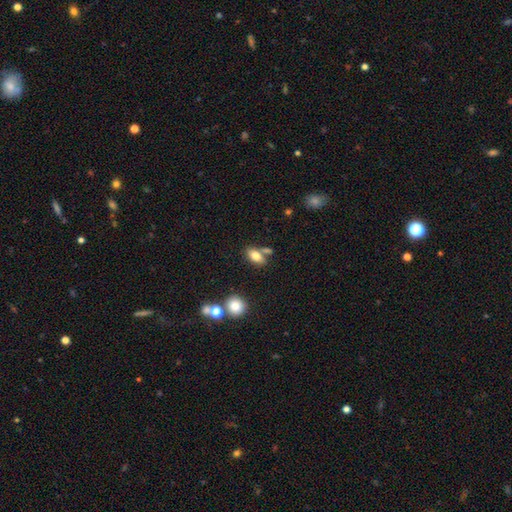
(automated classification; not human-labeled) This is likely a smooth galaxy (77%). How rounded: clearly in between (87%). Merging: likely none (63%).